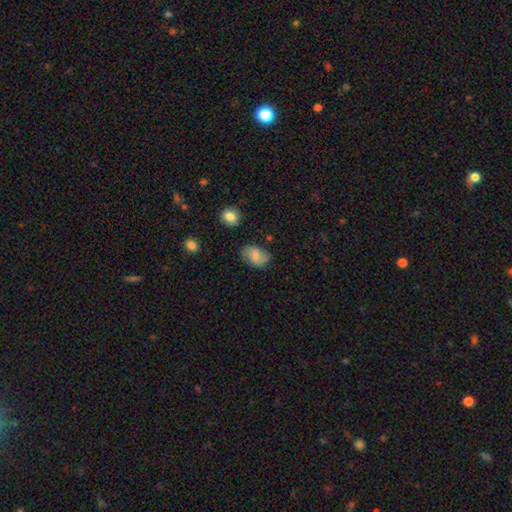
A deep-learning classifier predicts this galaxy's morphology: smooth_or_featured: smooth (p=0.71) [alt: featured or disk p=0.21]
how_rounded: in between (p=0.86) [alt: round p=0.13]
merging: none (p=0.71) [alt: minor disturbance p=0.21]